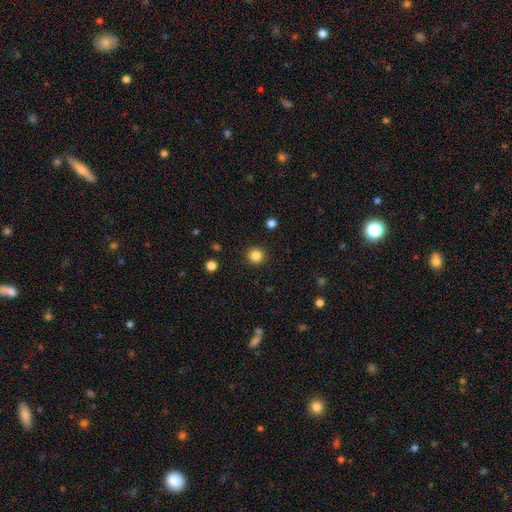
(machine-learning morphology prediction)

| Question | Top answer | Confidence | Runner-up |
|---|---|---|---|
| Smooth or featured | smooth | 85% | star or artifact (12%) |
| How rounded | round | 94% | in between (5%) |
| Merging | none | 92% | minor disturbance (5%) |